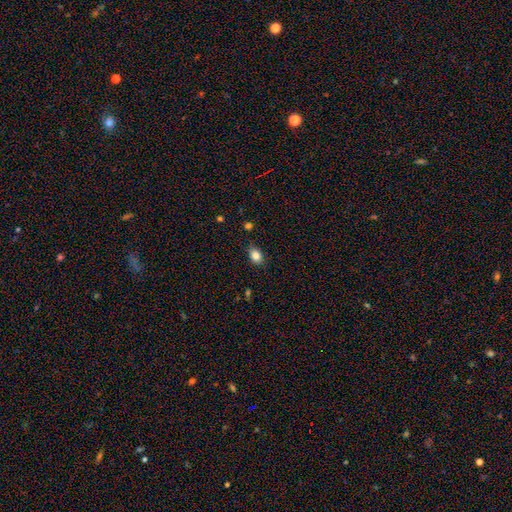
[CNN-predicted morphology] This is clearly a smooth galaxy (84%). How rounded: likely in between (76%). Merging: clearly none (83%).